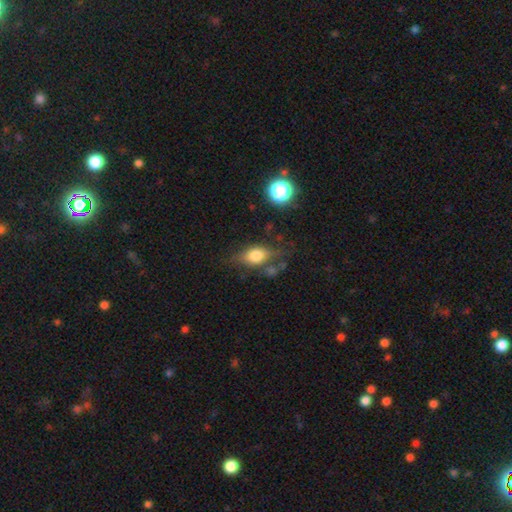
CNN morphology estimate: This is likely a smooth galaxy (67%). How rounded: likely in between (74%). Merging: possibly none (56%).